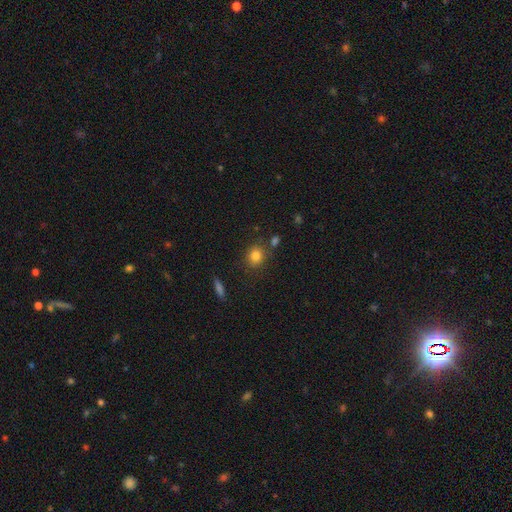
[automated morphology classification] A smooth galaxy with no disk features (82%) that is round (74%). Merging: none (76%).